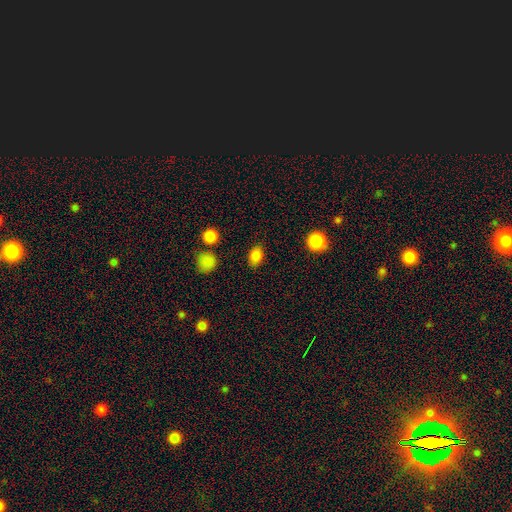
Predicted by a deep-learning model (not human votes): Morphology: type=smooth (86%); roundness=in between (81%); merging=none (86%).